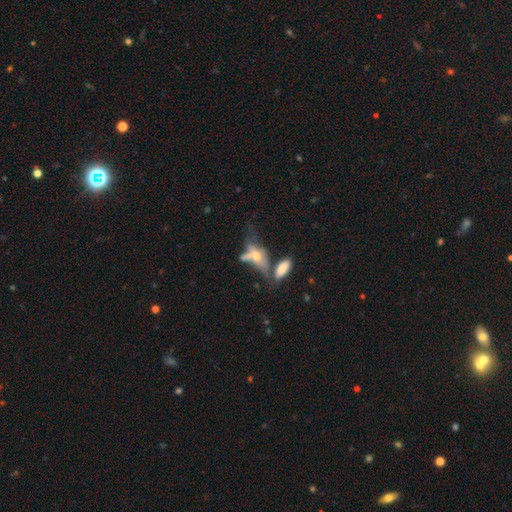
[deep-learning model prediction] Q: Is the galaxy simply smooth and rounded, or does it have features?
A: smooth — 47%.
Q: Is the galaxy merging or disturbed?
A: merger — 32%.